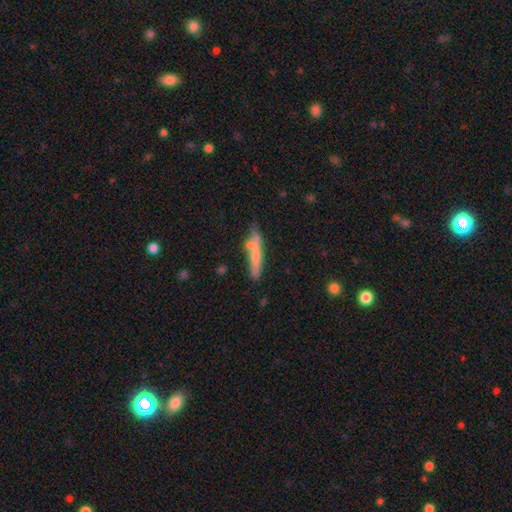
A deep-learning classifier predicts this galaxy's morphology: smooth-or-featured: smooth: 55% | featured or disk: 38% | star or artifact: 7%
  how-rounded: cigar-shaped: 89% | in between: 9% | round: 2%
  merging: none: 63% | minor disturbance: 18% | merger: 14% | major disturbance: 5%